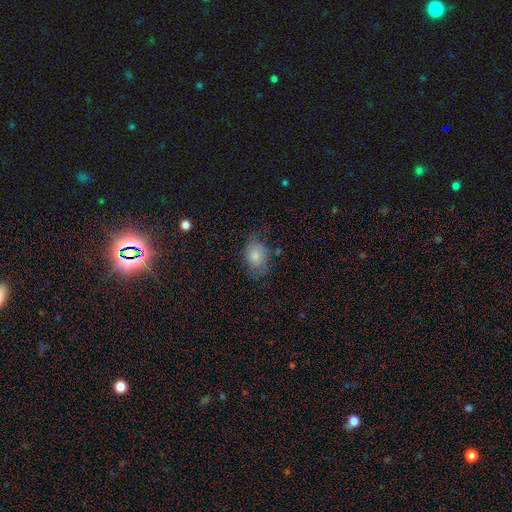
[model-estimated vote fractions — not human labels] smooth_or_featured: smooth (p=0.75) [alt: featured or disk p=0.17]
how_rounded: in between (p=0.71) [alt: round p=0.28]
merging: none (p=0.55) [alt: minor disturbance p=0.29]